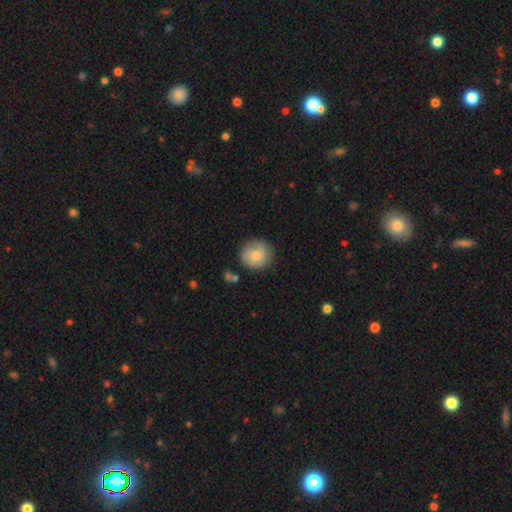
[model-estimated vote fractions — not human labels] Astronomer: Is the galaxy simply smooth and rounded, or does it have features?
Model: smooth — 74%.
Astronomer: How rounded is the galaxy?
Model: round — 88%.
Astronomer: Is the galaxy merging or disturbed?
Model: none — 77%.